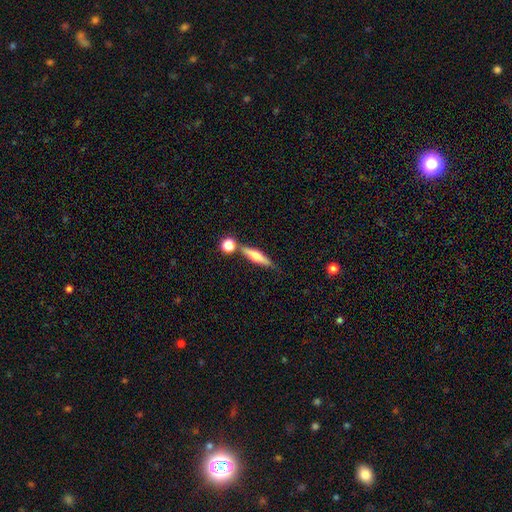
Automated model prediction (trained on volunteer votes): This is possibly a smooth galaxy (48%). Merging: likely none (70%).